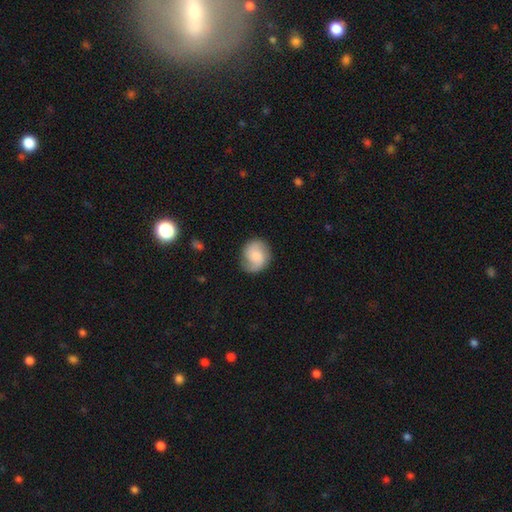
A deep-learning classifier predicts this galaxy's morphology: The model was most divided on "bulge size": moderate: 32%, small: 28%, none: 22%, large: 15%, dominant: 3%. More confident: edge-on disk — no (98%); spiral arms — yes (93%); merging — none (79%); bar — no (60%); smooth or featured — featured or disk (52%).